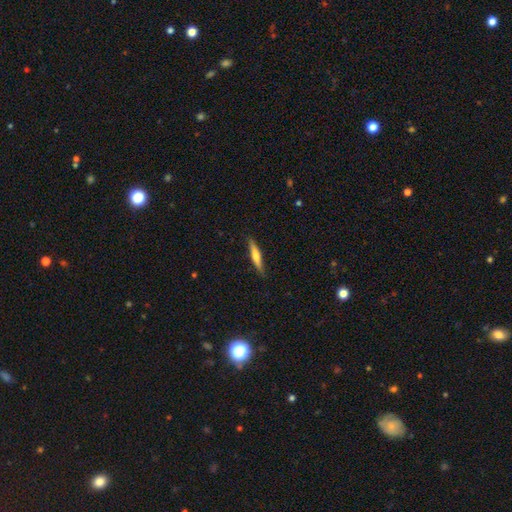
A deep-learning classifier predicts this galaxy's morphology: A smooth galaxy with no disk features (54%) that is cigar-shaped (90%).

Vote fractions:
- Smooth or featured? smooth: 54% / featured or disk: 40% / star or artifact: 5%
- How rounded? cigar-shaped: 90% / in between: 8% / round: 2%
- Merging? none: 85% / minor disturbance: 12% / major disturbance: 2% / merger: 1%